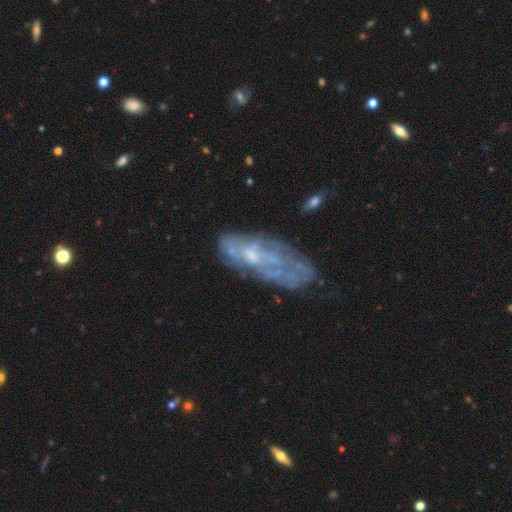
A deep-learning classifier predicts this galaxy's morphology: smooth-or-featured: featured or disk: 66% | smooth: 24% | star or artifact: 11%
  disk-edge-on: no: 87% | yes: 13%
    bar: no: 77% | weak: 19% | strong: 4%
    has-spiral-arms: no: 60% | yes: 40%
    bulge-size: small: 41% | none: 29% | moderate: 26% | large: 2% | dominant: 1%
  merging: none: 57% | minor disturbance: 23% | major disturbance: 14% | merger: 6%